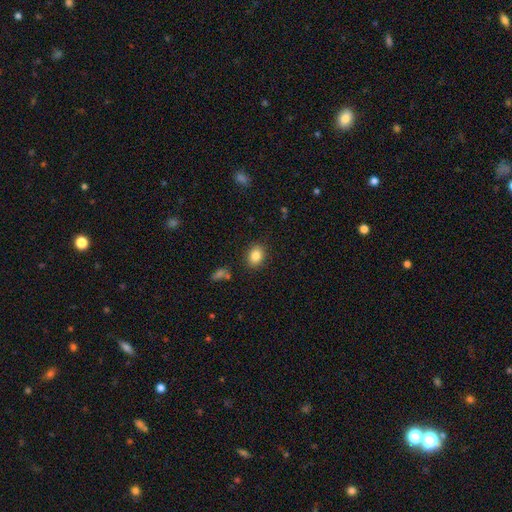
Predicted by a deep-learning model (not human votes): The model was most divided on "how rounded": in between: 53%, round: 46%, cigar-shaped: 1%. More confident: merging — none (87%); smooth or featured — smooth (84%).